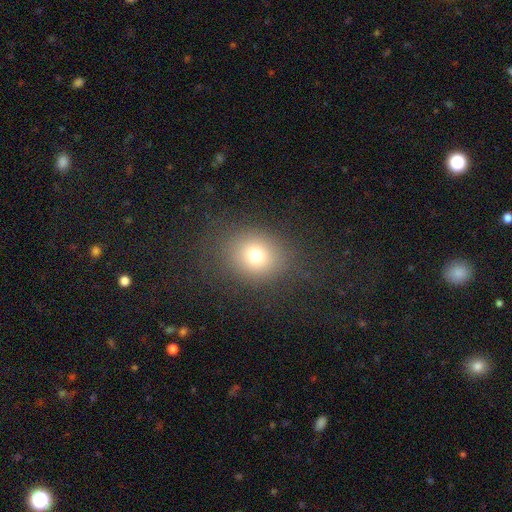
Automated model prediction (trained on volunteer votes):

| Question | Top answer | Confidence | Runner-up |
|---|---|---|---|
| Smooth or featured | smooth | 71% | star or artifact (17%) |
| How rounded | round | 68% | in between (31%) |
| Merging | none | 79% | minor disturbance (11%) |